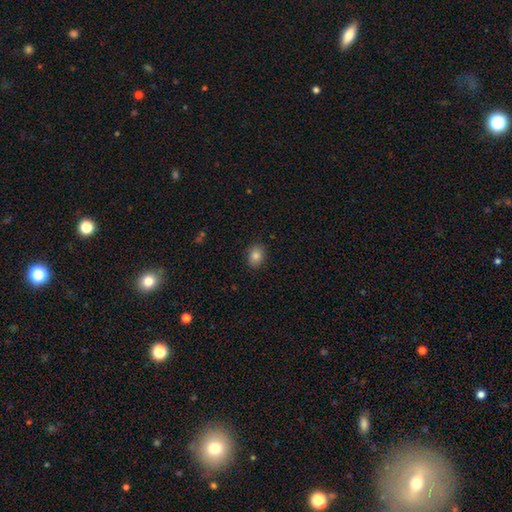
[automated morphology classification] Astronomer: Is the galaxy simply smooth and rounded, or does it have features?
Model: smooth — 84%.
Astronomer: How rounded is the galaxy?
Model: in between — 57% (runner-up: round, 42%).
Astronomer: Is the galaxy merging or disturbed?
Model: none — 88%.